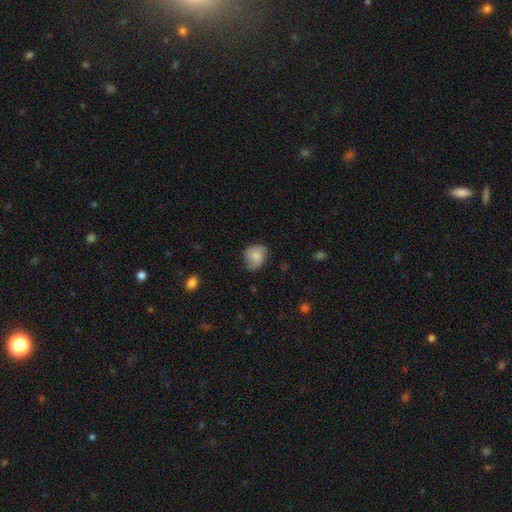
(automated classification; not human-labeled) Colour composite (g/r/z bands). It shows a smooth galaxy with no disk features (79%) that is round (59%). Merging: none (63%).